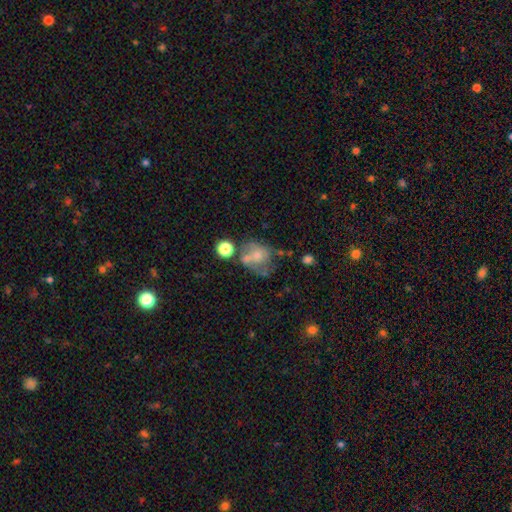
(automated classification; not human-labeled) Smooth or featured? smooth (55%)
How rounded? round (62%)
Merging? none (33%)